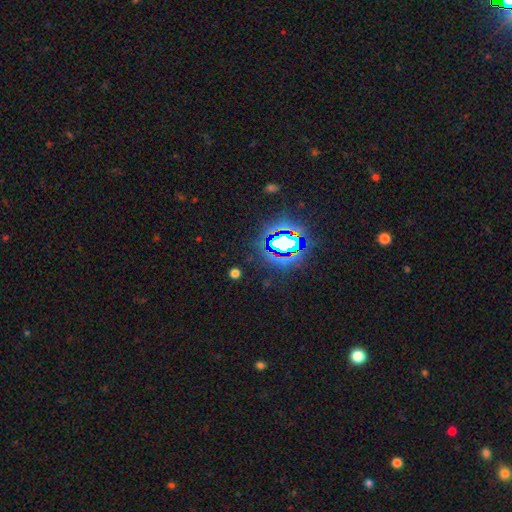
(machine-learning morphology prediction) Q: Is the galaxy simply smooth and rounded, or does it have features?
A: star or artifact — 83%.